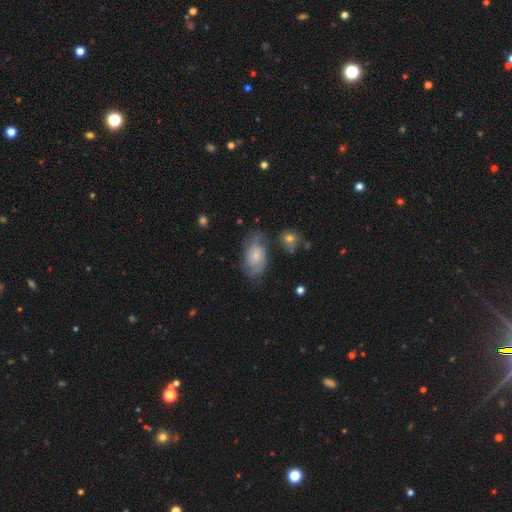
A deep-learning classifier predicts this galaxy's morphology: Smooth or featured: featured or disk — 47% (smooth — 45%)
Merging: none — 49% (minor disturbance — 28%)